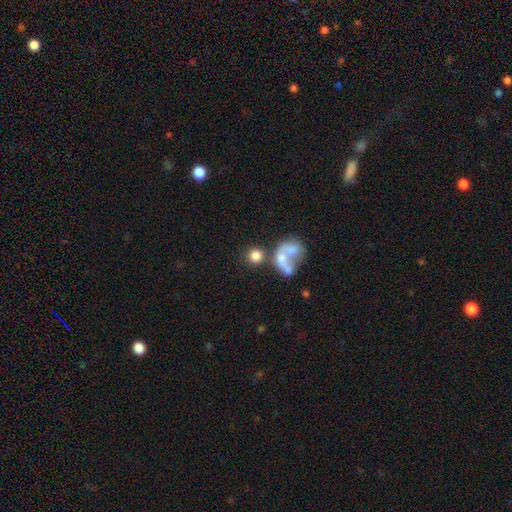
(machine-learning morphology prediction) The model was most divided on "merging": none: 43%, merger: 36%, major disturbance: 12%, minor disturbance: 9%. More confident: how rounded — round (82%); smooth or featured — smooth (74%).